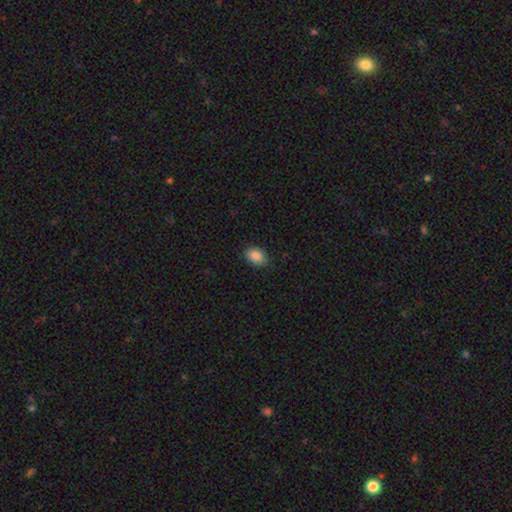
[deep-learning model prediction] This is clearly a smooth galaxy (87%). How rounded: likely in between (76%). Merging: clearly none (84%).